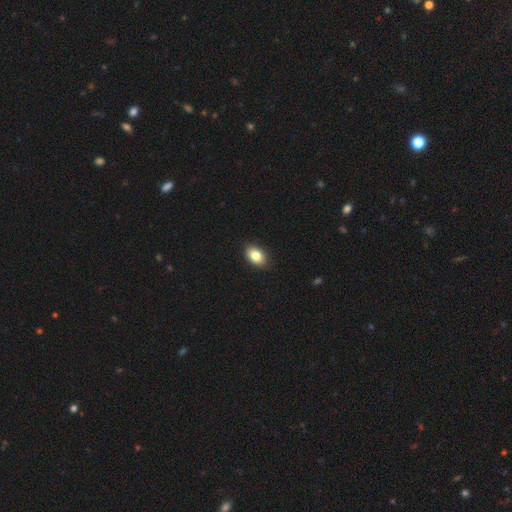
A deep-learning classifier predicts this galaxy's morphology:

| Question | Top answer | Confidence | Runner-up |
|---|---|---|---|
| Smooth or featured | smooth | 85% | star or artifact (8%) |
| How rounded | in between | 86% | round (13%) |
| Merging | none | 90% | minor disturbance (7%) |